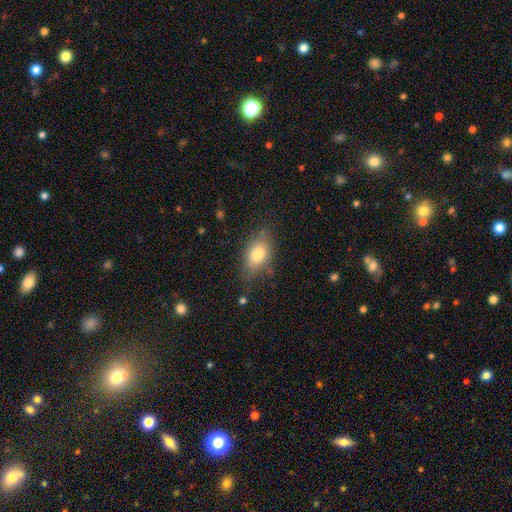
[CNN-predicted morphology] smooth_or_featured: smooth (p=0.75) [alt: featured or disk p=0.16]
how_rounded: in between (p=0.83) [alt: round p=0.13]
merging: none (p=0.74) [alt: minor disturbance p=0.19]